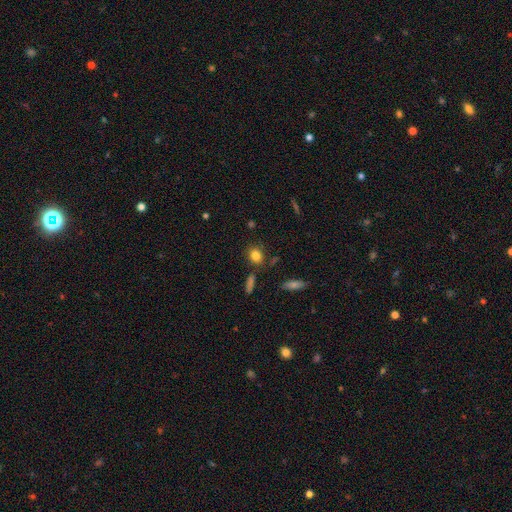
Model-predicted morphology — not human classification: This appears to be a smooth galaxy with no disk features (83%) that is round (60%). Merging: none (79%).